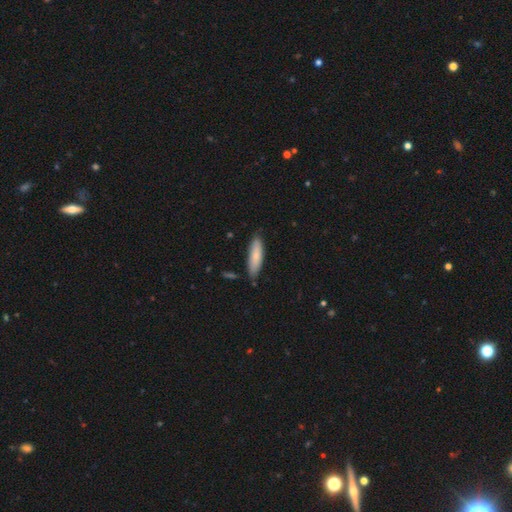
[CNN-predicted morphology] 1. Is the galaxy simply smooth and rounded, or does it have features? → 77% smooth, 17% featured or disk, 6% star or artifact.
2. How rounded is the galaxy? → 55% cigar-shaped, 43% in between, 2% round.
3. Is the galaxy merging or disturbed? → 79% none, 16% minor disturbance, 2% major disturbance, 2% merger.